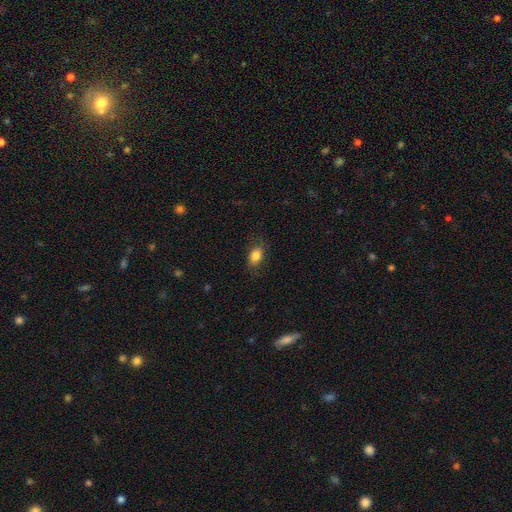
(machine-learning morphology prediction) Smooth or featured? Predicted: smooth (p=0.83). How rounded? Predicted: in between (p=0.82). Merging? Predicted: none (p=0.77).